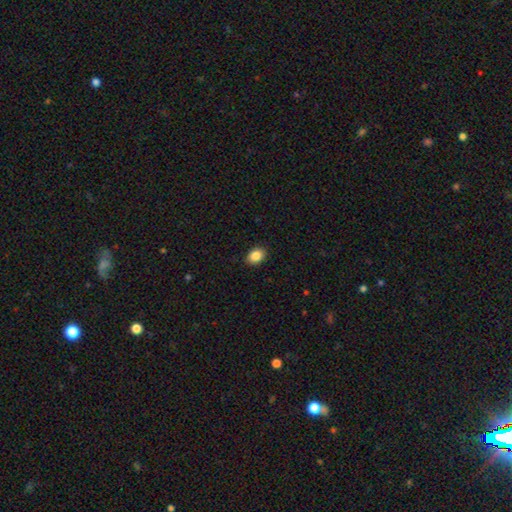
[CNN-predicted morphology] This appears to be a smooth galaxy with no disk features (88%) that is in between round and cigar-shaped (75%). Merging: none (90%).